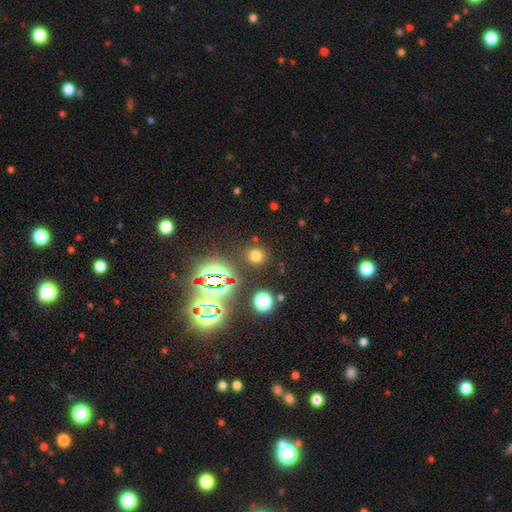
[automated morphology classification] This appears to be a smooth galaxy with no disk features (64%) that is round (85%). Merging: none (85%).